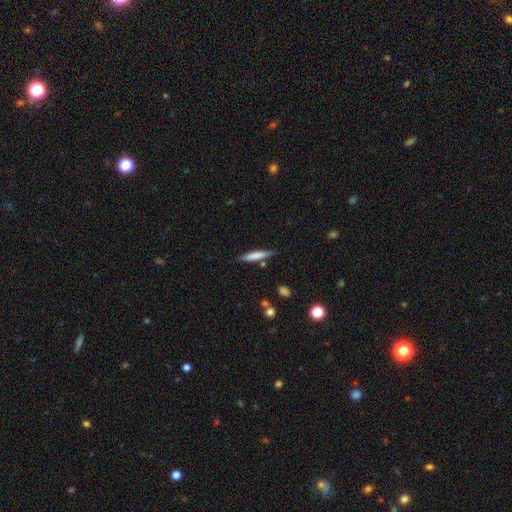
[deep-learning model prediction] Q: Smooth or featured?
A: smooth (72%); runner-up: featured or disk (22%)
Q: How rounded?
A: cigar-shaped (88%); runner-up: in between (10%)
Q: Merging?
A: none (80%); runner-up: minor disturbance (13%)